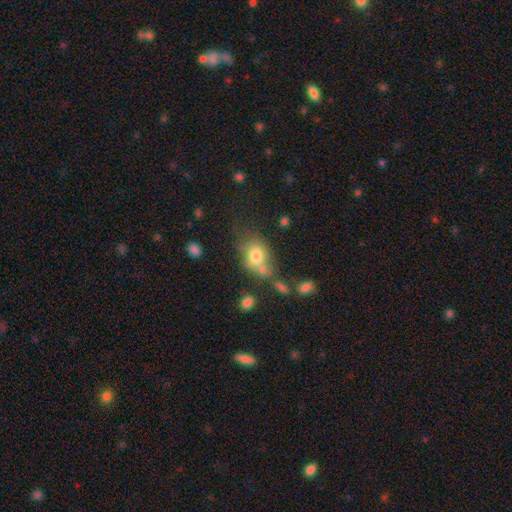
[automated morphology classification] This is likely a smooth galaxy (74%). How rounded: likely in between (61%). Merging: marginally none (42%).